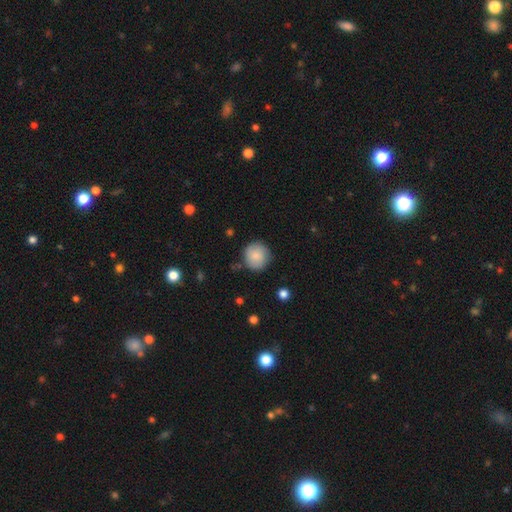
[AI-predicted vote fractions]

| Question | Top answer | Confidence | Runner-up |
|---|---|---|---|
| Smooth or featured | smooth | 84% | featured or disk (9%) |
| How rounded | round | 91% | in between (8%) |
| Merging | none | 82% | minor disturbance (13%) |